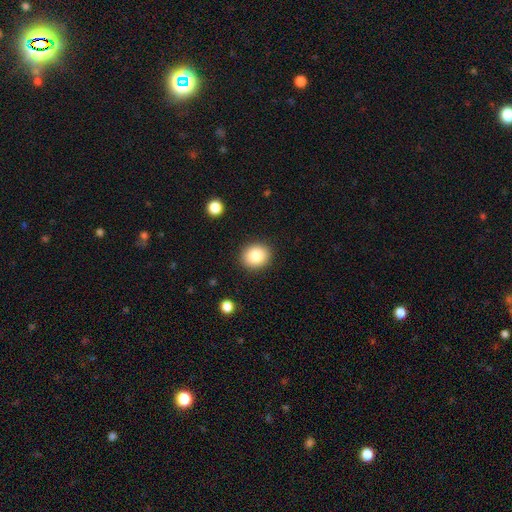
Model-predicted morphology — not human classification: Smooth or featured: smooth — 84% (star or artifact — 9%)
How rounded: round — 70% (in between — 29%)
Merging: none — 90% (minor disturbance — 7%)